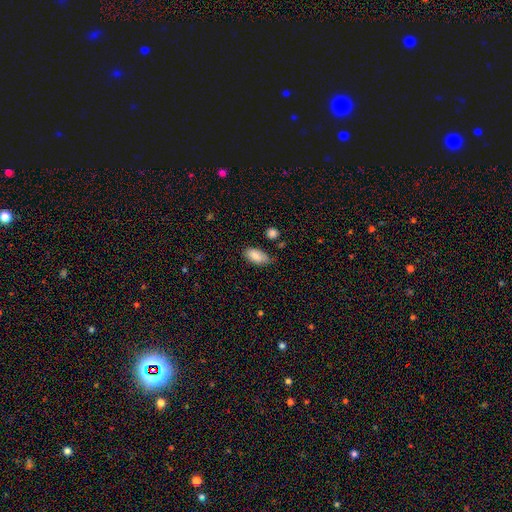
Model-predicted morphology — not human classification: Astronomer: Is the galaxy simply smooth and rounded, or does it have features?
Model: smooth — 86%.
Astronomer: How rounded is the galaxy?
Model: in between — 91%.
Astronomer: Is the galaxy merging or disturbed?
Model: none — 64%.